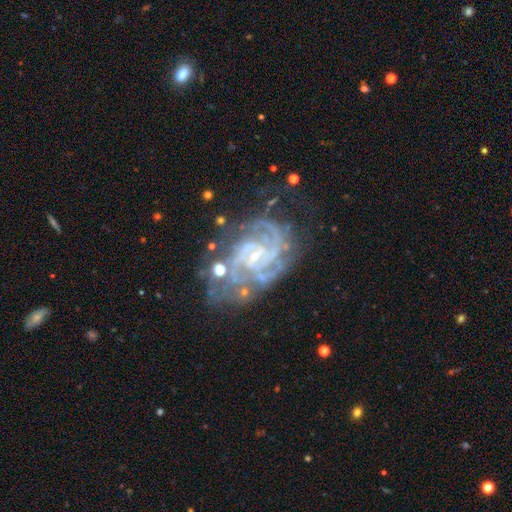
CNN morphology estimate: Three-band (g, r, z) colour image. It shows a featured or disk galaxy (91%) with no bar (49%), 3 (29%, tied with 2) tight (64%) spiral arms (98%) and a small central bulge (81%). Merging: none (59%).